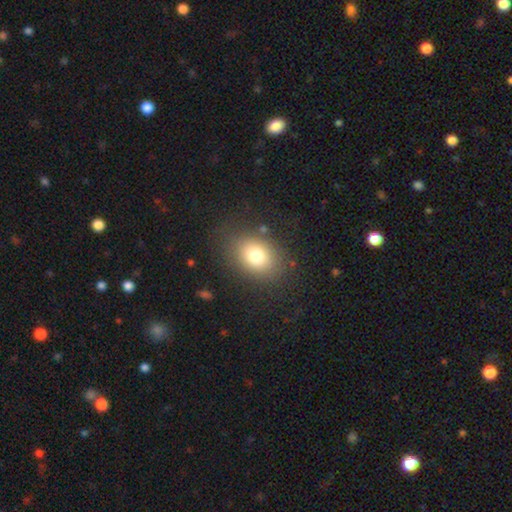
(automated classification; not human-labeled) Smooth or featured: smooth — 76% (featured or disk — 12%)
How rounded: in between — 64% (round — 35%)
Merging: none — 80% (minor disturbance — 12%)